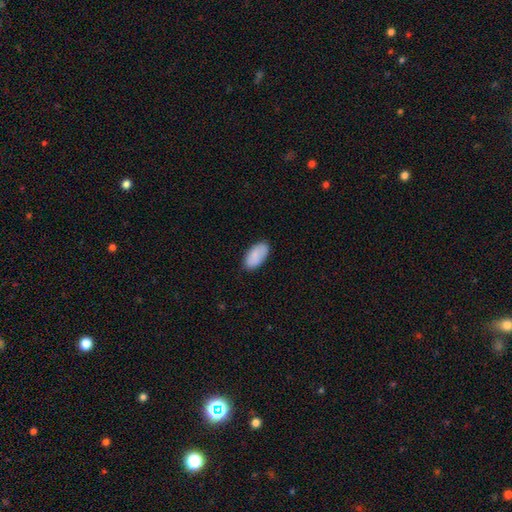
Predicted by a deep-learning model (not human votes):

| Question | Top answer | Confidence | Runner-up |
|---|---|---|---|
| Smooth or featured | smooth | 87% | featured or disk (7%) |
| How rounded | in between | 95% | cigar-shaped (3%) |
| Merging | none | 83% | minor disturbance (14%) |